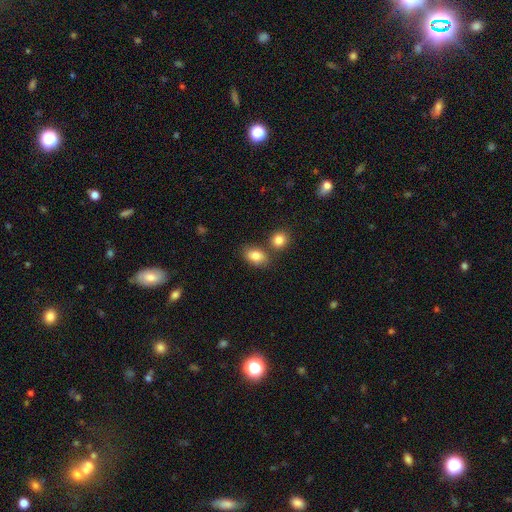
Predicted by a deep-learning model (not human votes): smooth 83%, star or artifact 9%, featured or disk 8%. Down the decision tree: how rounded — in between (82%); merging — none (66%).